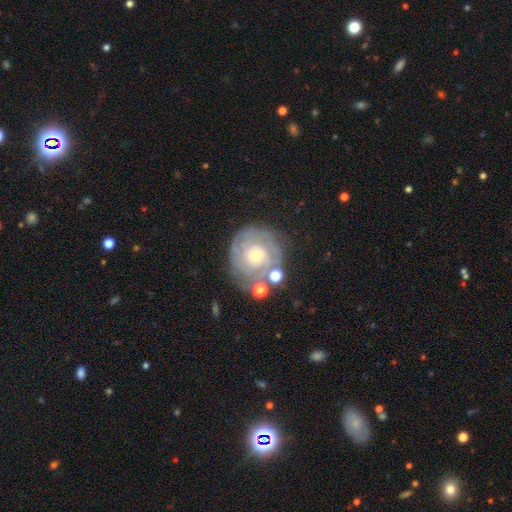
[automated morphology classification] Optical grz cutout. It shows a featured or disk galaxy (75%) with no bar (81%), tight (75%) spiral arms (87%) and a small central bulge (66%). Merging: none (69%).